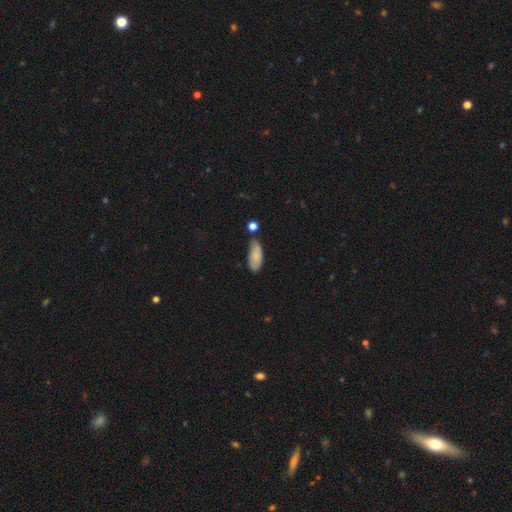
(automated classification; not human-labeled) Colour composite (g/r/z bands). It shows a smooth galaxy with no disk features (79%) that is in between round and cigar-shaped (84%). Merging: none (47%).